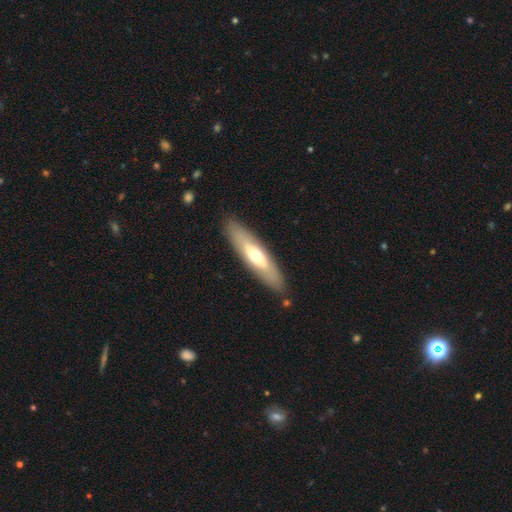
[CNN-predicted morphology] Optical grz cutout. It shows a smooth galaxy with no disk features (50%) that is cigar-shaped (64%). Merging: none (87%).